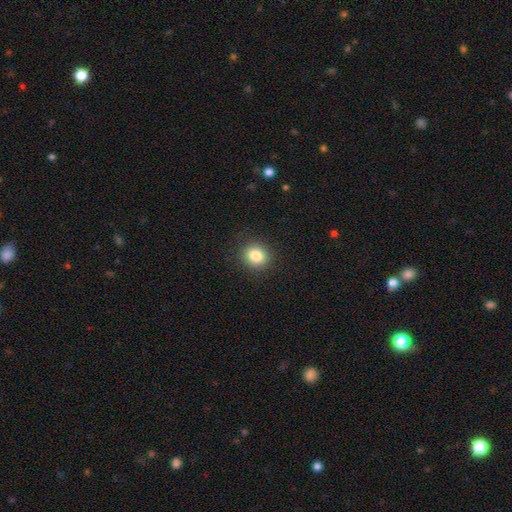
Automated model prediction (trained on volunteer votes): A smooth galaxy with no disk features (83%) that is round (80%).

Vote fractions:
- Smooth or featured? smooth: 83% / star or artifact: 10% / featured or disk: 6%
- How rounded? round: 80% / in between: 19% / cigar-shaped: 1%
- Merging? none: 90% / minor disturbance: 7% / major disturbance: 2% / merger: 1%